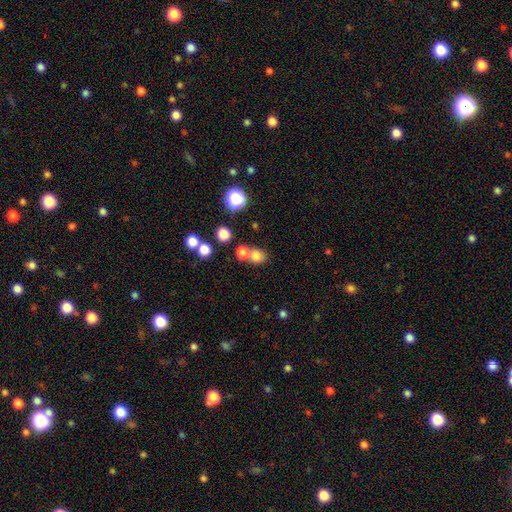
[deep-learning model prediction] This is likely a smooth galaxy (77%). How rounded: likely round (76%). Merging: possibly none (55%).